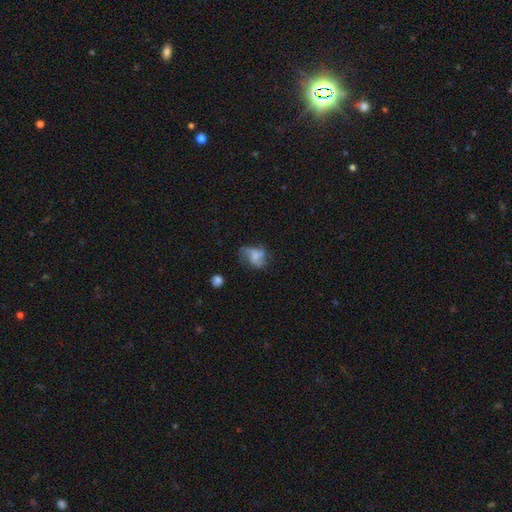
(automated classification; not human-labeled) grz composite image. It shows a featured or disk galaxy (49%). Merging: none (43%).